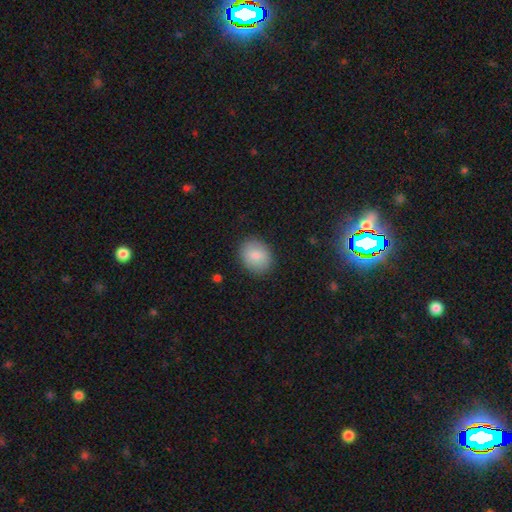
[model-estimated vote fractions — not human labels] Smooth or featured: smooth — 83% (featured or disk — 10%)
How rounded: round — 51% (in between — 48%)
Merging: none — 87% (minor disturbance — 9%)